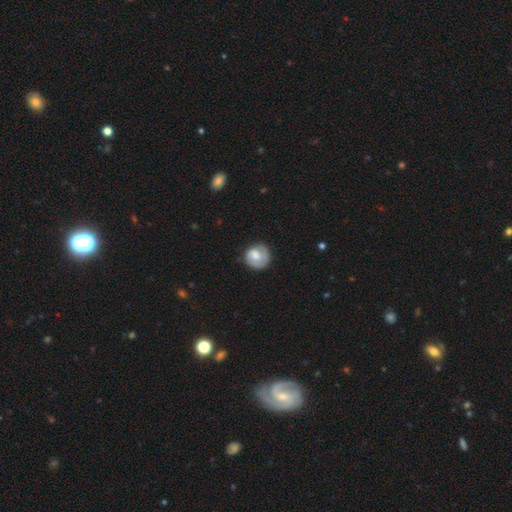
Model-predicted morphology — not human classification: Smooth or featured: smooth — 60% (featured or disk — 34%)
How rounded: round — 85% (in between — 14%)
Merging: none — 66% (minor disturbance — 23%)